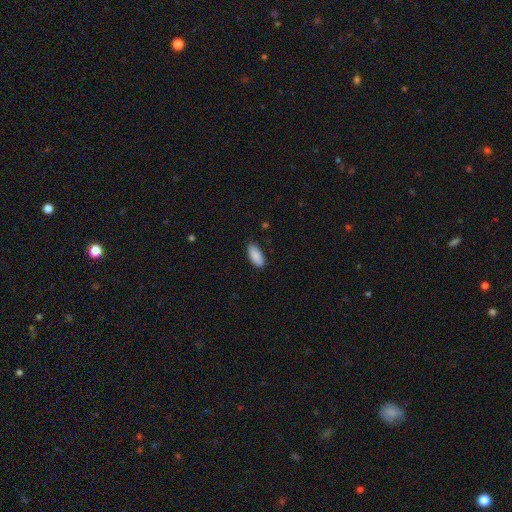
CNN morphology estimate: Overall: smooth (89%). How rounded: in between (89%). Merging: none (85%).